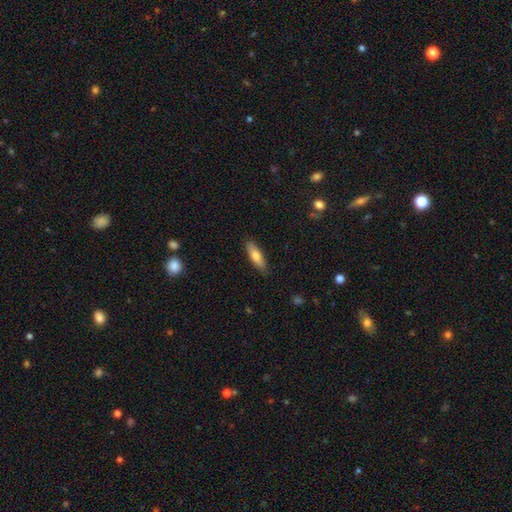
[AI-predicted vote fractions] A smooth galaxy with no disk features (72%) that is cigar-shaped (52%).

Vote fractions:
- Smooth or featured? smooth: 72% / featured or disk: 22% / star or artifact: 6%
- How rounded? cigar-shaped: 52% / in between: 46% / round: 2%
- Merging? none: 87% / minor disturbance: 10% / major disturbance: 2% / merger: 1%